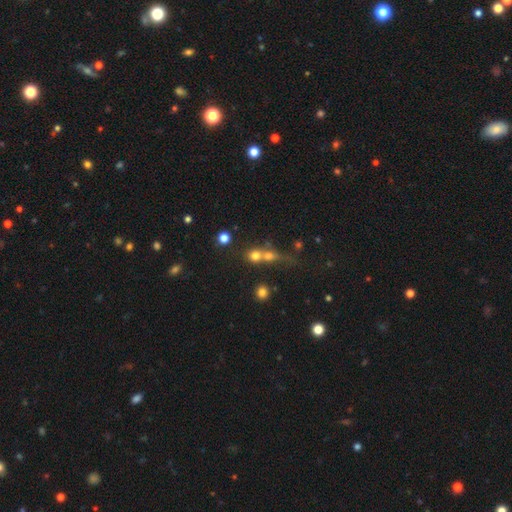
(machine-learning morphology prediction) Smooth or featured? Predicted: smooth (p=0.70). How rounded? Predicted: round (p=0.76). Merging? Predicted: merger (p=0.55).